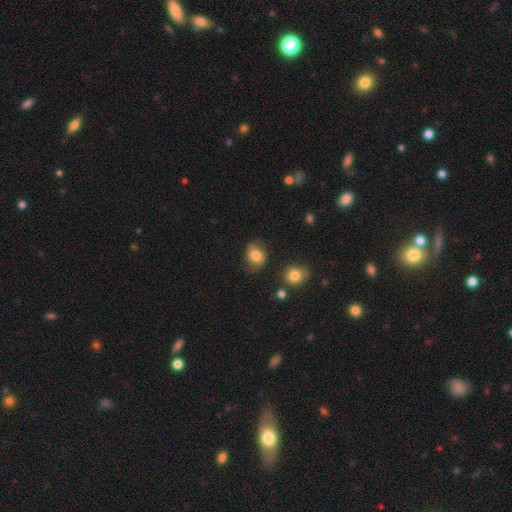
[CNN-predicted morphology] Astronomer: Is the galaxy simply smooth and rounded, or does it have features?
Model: smooth — 78%.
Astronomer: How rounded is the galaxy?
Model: round — 53% (runner-up: in between, 46%).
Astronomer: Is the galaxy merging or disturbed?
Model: none — 61%.